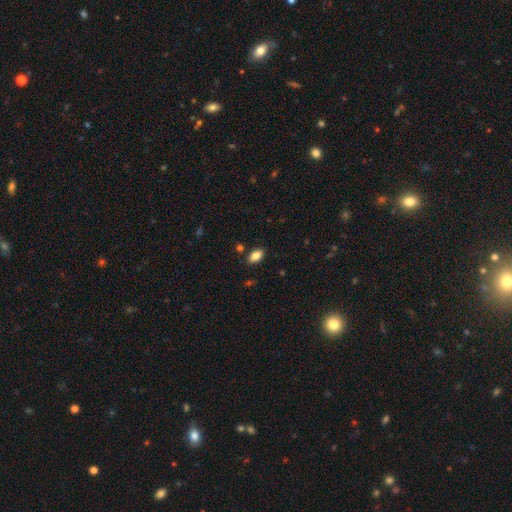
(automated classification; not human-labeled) This appears to be a smooth galaxy with no disk features (85%) that is in between round and cigar-shaped (90%). Merging: none (85%).